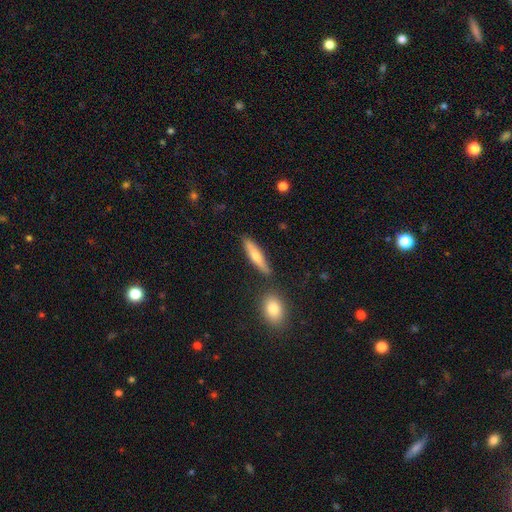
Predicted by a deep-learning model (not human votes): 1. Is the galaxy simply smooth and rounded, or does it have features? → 63% smooth, 31% featured or disk, 7% star or artifact.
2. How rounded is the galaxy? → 79% cigar-shaped, 18% in between, 2% round.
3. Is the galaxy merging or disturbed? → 80% none, 11% minor disturbance, 6% merger, 3% major disturbance.